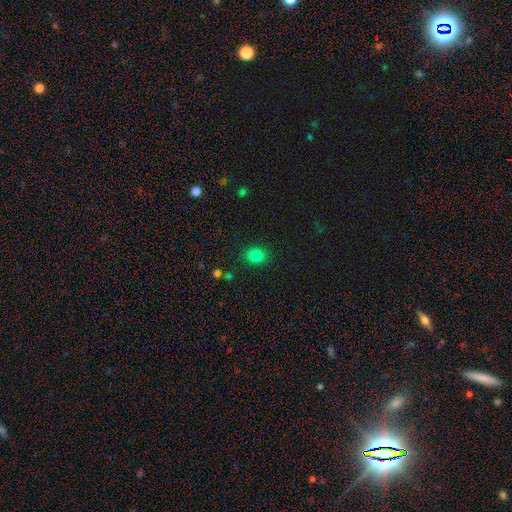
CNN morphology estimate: This is clearly a smooth galaxy (83%). How rounded: possibly in between (54%). Merging: clearly none (86%).